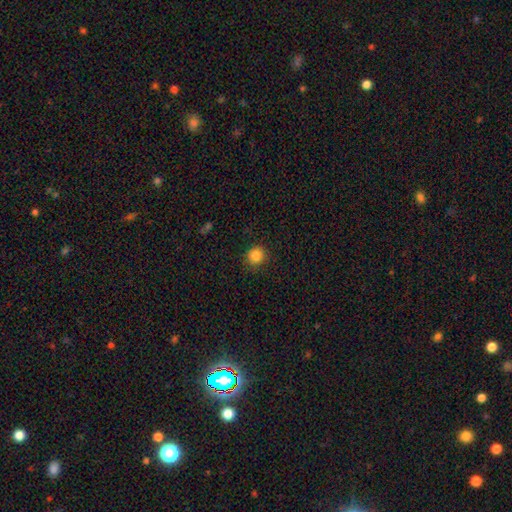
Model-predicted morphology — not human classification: Overall: smooth (85%). How rounded: round (88%). Merging: none (89%).